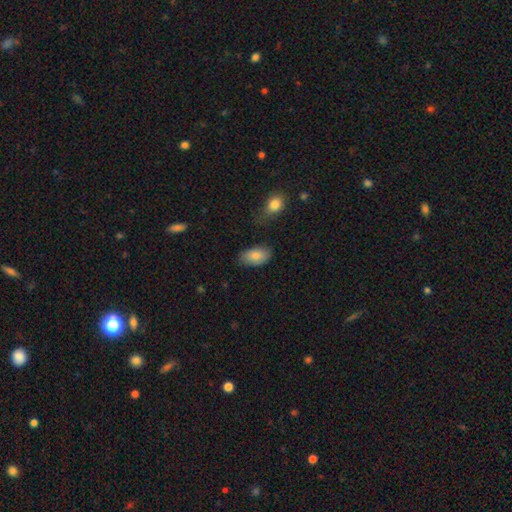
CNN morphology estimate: This appears to be a smooth galaxy with no disk features (83%) that is in between round and cigar-shaped (93%). Merging: none (76%).